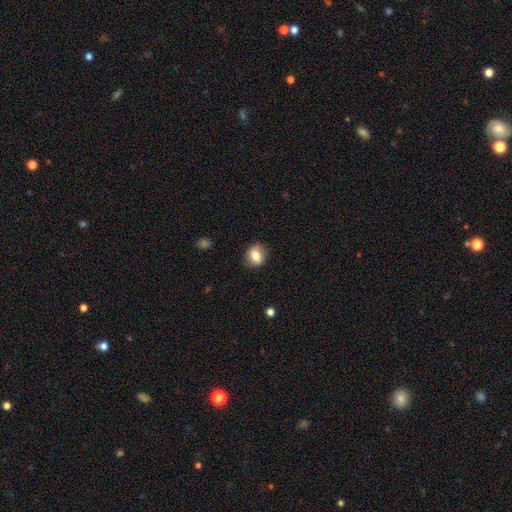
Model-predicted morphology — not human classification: Smooth or featured: smooth — 72% (featured or disk — 19%)
How rounded: round — 59% (in between — 40%)
Merging: none — 84% (minor disturbance — 12%)